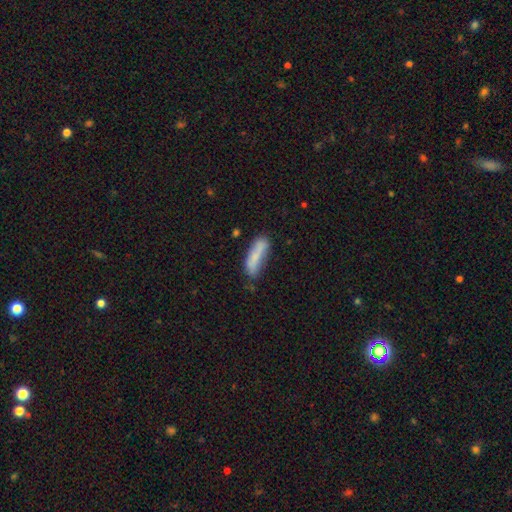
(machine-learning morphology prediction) type=smooth (77%); roundness=cigar-shaped (59%); merging=none (55%).